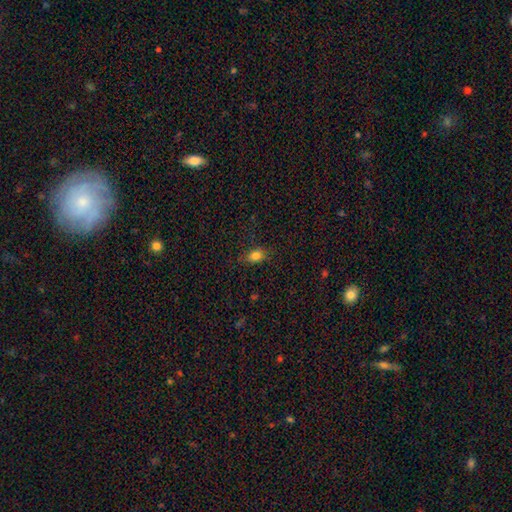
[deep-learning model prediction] This appears to be a smooth galaxy with no disk features (82%) that is in between round and cigar-shaped (71%). Merging: none (83%).